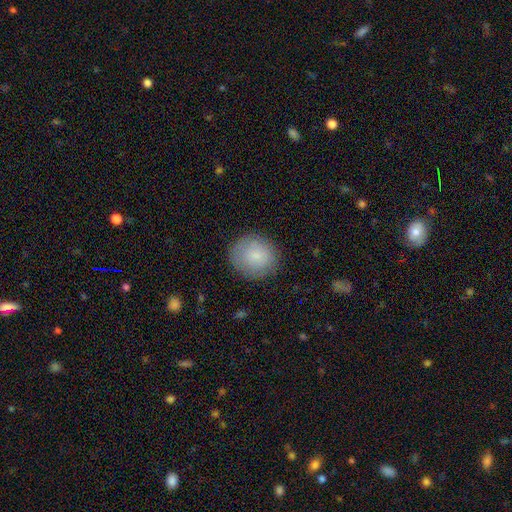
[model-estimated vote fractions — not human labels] Smooth or featured? smooth (83%)
How rounded? round (86%)
Merging? none (84%)